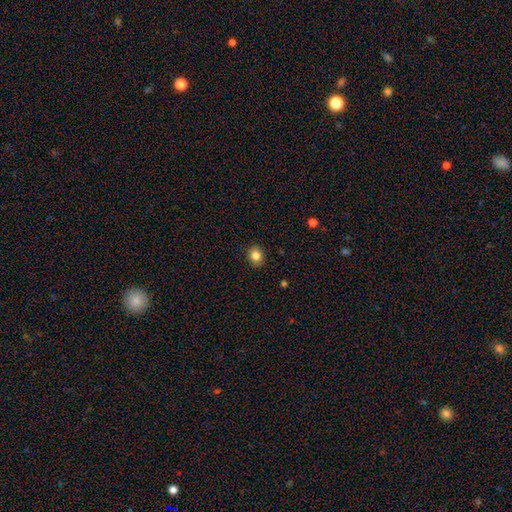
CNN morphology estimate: This appears to be a smooth galaxy with no disk features (83%) that is round (65%). Merging: none (89%).